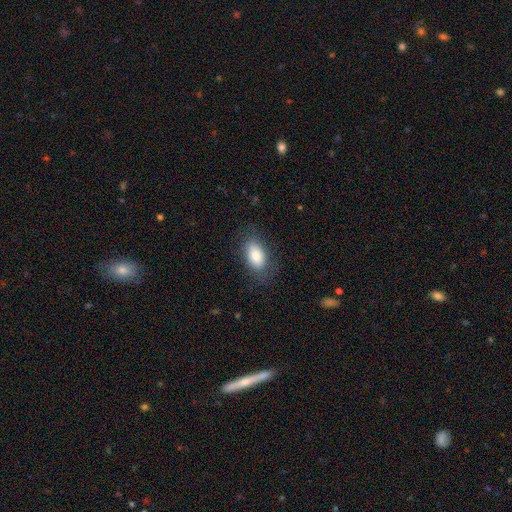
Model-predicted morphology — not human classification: Smooth or featured?
  - smooth: 84% *
  - featured or disk: 9%
  - star or artifact: 7%
How rounded?
  - in between: 92% *
  - round: 5%
  - cigar-shaped: 3%
Merging?
  - none: 78% *
  - minor disturbance: 15%
  - major disturbance: 6%
  - merger: 1%